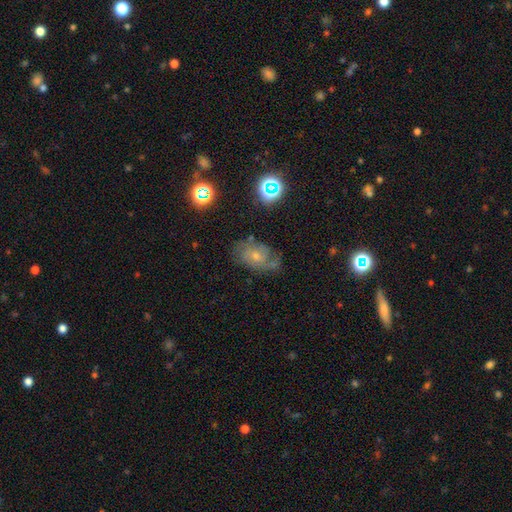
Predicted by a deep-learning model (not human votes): A featured or disk galaxy (59%) with no bar (73%), spiral arms (85%) and a small central bulge (58%).

Vote fractions:
- Smooth or featured? featured or disk: 59% / smooth: 23% / star or artifact: 19%
- Edge-on disk? no: 95% / yes: 5%
- Bar? no: 73% / weak: 23% / strong: 4%
- Spiral arms? yes: 85% / no: 15%
- Bulge size? small: 58% / moderate: 37% / none: 3% / large: 2% / dominant: 1%
- Merging? none: 65% / minor disturbance: 23% / major disturbance: 10% / merger: 3%